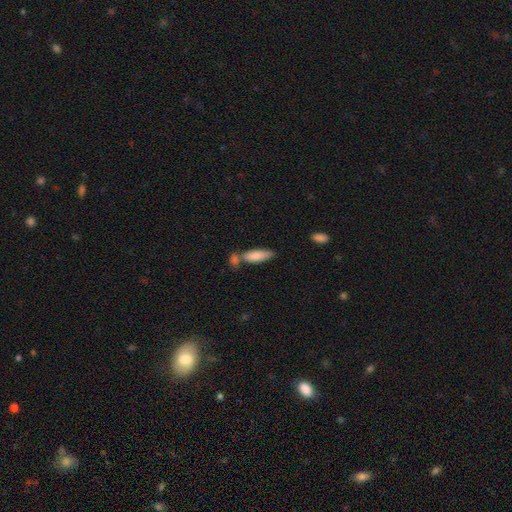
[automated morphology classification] Smooth or featured: smooth — 83% (featured or disk — 10%)
How rounded: in between — 53% (cigar-shaped — 45%)
Merging: none — 48% (merger — 33%)